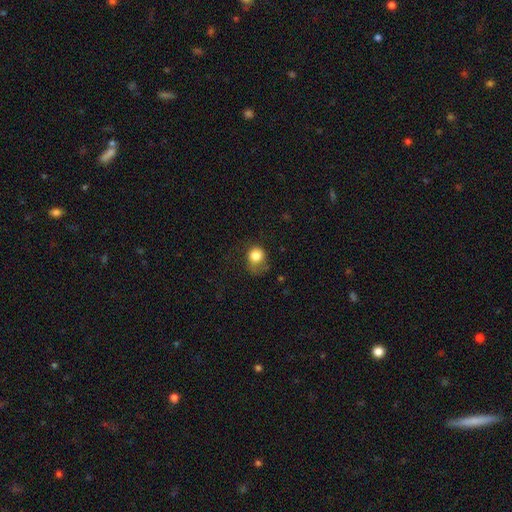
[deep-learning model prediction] A smooth galaxy with no disk features (81%) that is round (73%). Merging: none (42%).